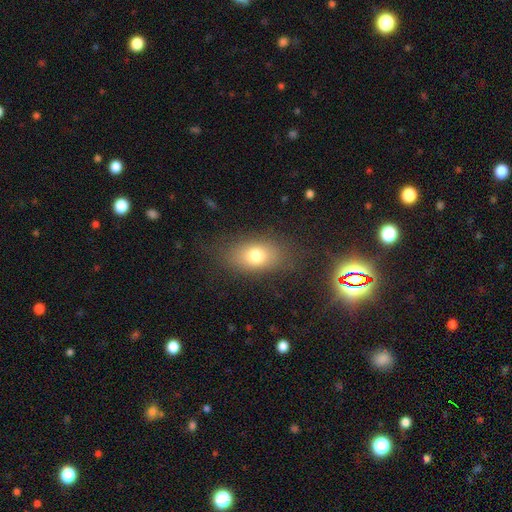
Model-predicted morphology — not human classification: The model was most divided on "smooth or featured": smooth: 75%, featured or disk: 14%, star or artifact: 11%. More confident: how rounded — in between (81%); merging — none (78%).